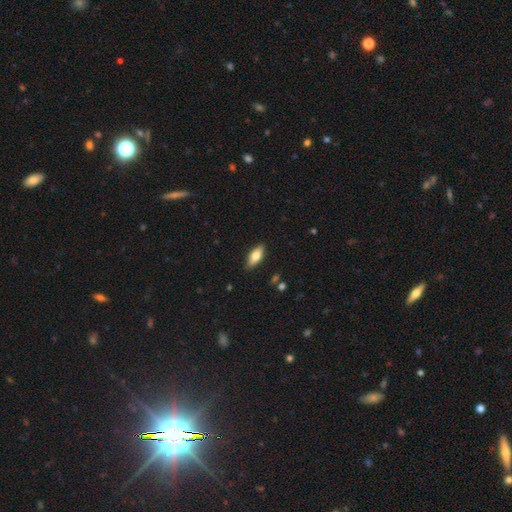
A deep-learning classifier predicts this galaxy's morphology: Overall: smooth (72%). How rounded: in between (80%). Merging: none (87%).